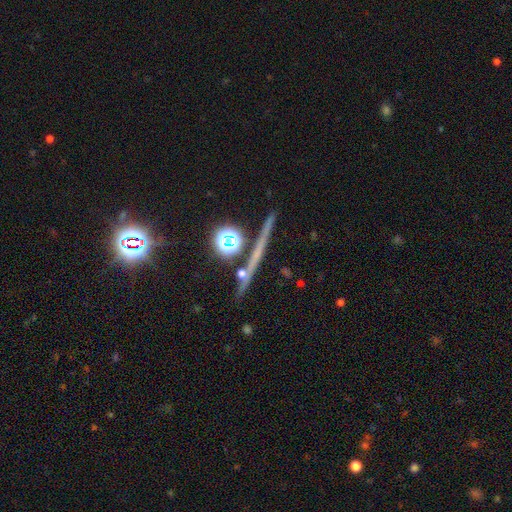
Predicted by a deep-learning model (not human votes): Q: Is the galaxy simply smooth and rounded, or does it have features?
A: featured or disk — 43%.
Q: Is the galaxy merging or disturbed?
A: none — 83%.